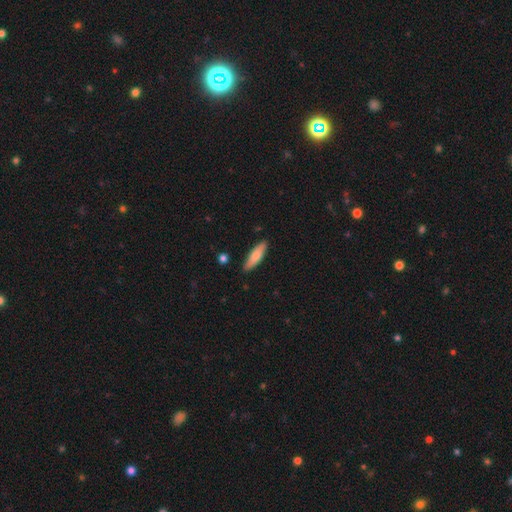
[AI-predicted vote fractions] Overall: smooth (74%). How rounded: cigar-shaped (61%; in between 38%). Merging: none (87%).